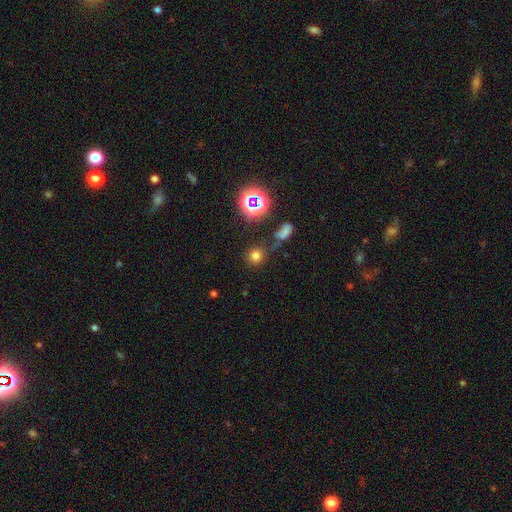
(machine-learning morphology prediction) A smooth galaxy with no disk features (68%) that is round (89%). Merging: none (74%).